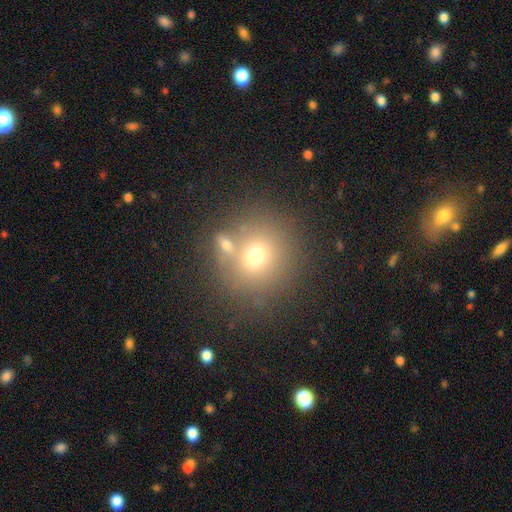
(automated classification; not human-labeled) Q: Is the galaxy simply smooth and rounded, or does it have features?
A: smooth — 66%.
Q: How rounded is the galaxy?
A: round — 88%.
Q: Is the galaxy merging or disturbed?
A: none — 67%.